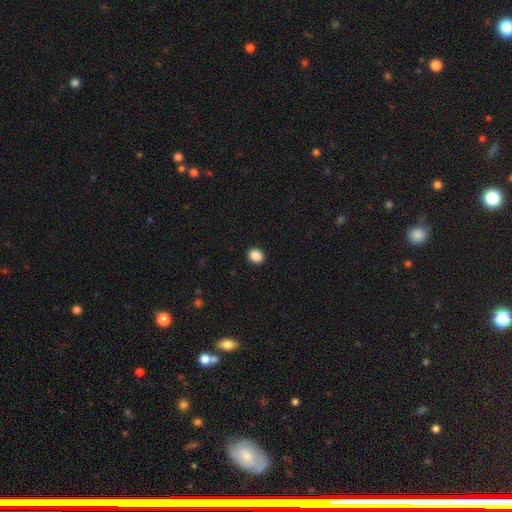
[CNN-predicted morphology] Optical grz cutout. It shows a smooth galaxy with no disk features (88%) that is round (64%). Merging: none (92%).